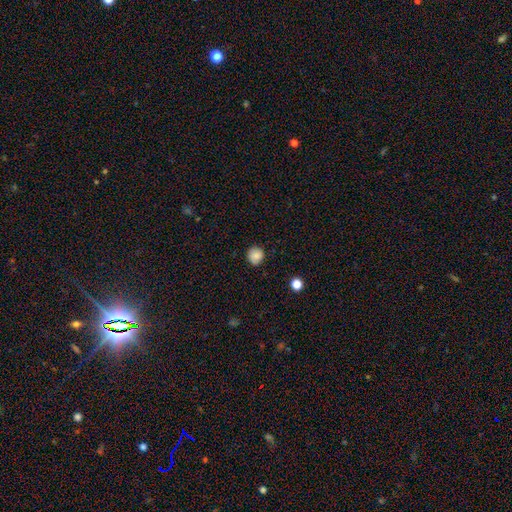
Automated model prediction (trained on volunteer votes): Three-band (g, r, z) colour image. It shows a smooth galaxy with no disk features (78%) that is round (90%). Merging: none (83%).